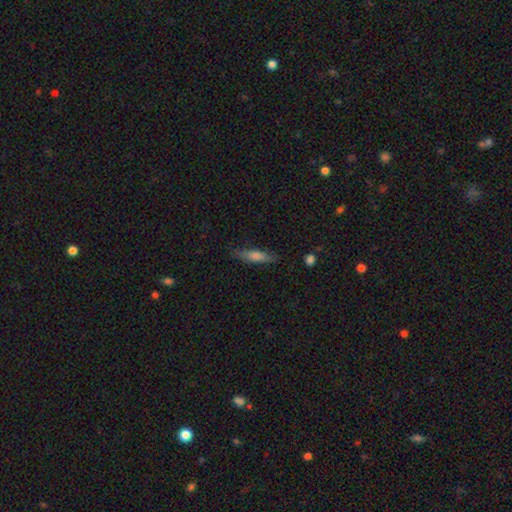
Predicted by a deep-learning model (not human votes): Q: Smooth or featured?
A: smooth (65%); runner-up: featured or disk (27%)
Q: How rounded?
A: cigar-shaped (77%); runner-up: in between (21%)
Q: Merging?
A: none (82%); runner-up: minor disturbance (13%)